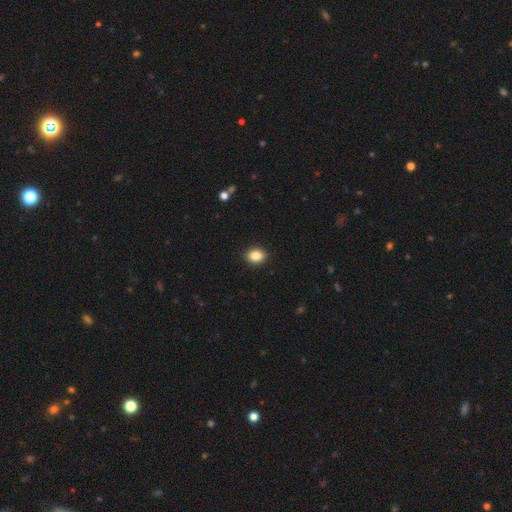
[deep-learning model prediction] smooth 86%, star or artifact 9%, featured or disk 5%. Down the decision tree: how rounded — in between (63%); merging — none (91%).